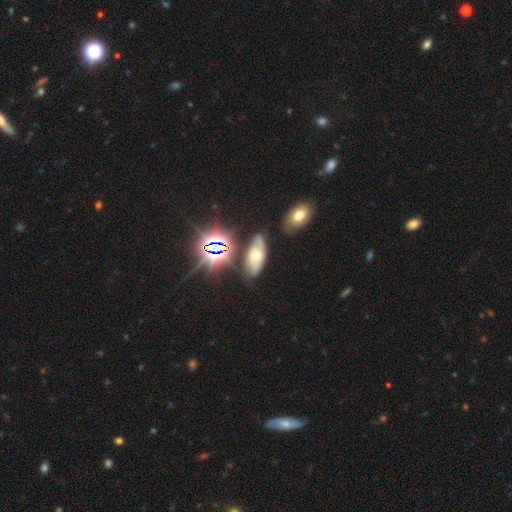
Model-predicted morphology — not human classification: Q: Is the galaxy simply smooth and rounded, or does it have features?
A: smooth — 41%.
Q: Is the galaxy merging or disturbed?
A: none — 72%.